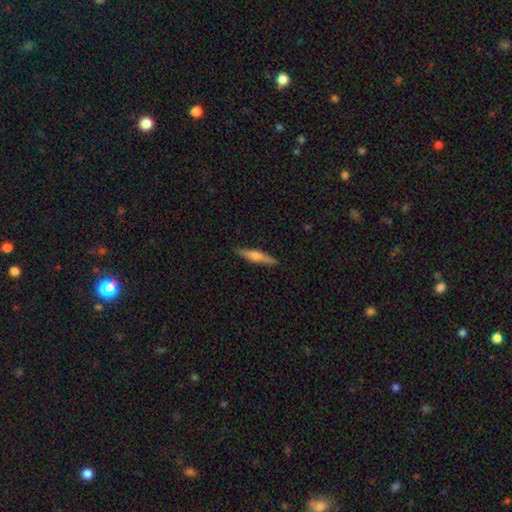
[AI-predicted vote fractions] Q: Smooth or featured?
A: featured or disk (47%); tied with: smooth (47%)
Q: Merging?
A: none (90%); runner-up: minor disturbance (8%)